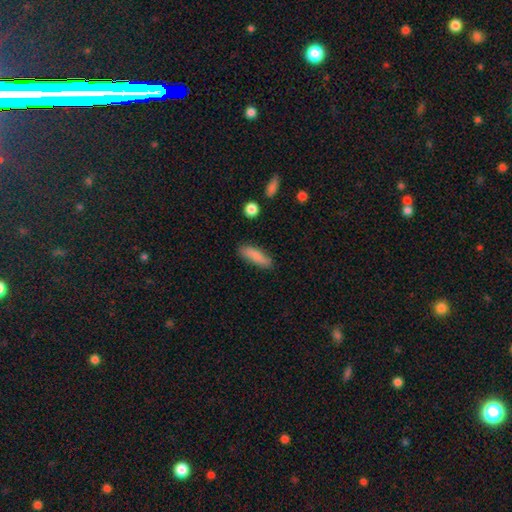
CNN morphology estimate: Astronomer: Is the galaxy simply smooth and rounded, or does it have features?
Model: smooth — 85%.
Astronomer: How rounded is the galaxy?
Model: cigar-shaped — 57% (runner-up: in between, 41%).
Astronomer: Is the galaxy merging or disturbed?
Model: none — 81%.